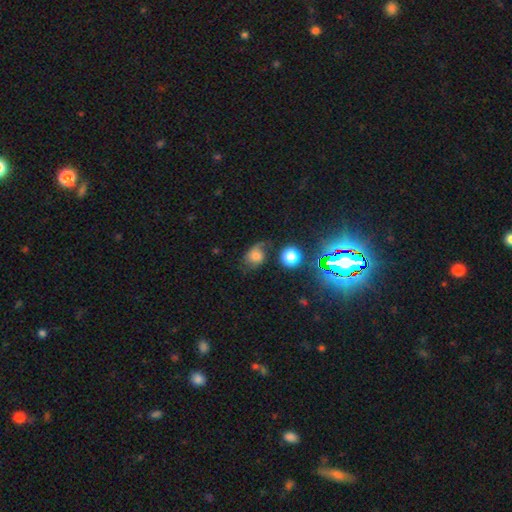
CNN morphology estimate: This is possibly a smooth galaxy (54%). How rounded: possibly in between (49%, tied with round). Merging: marginally none (41%).